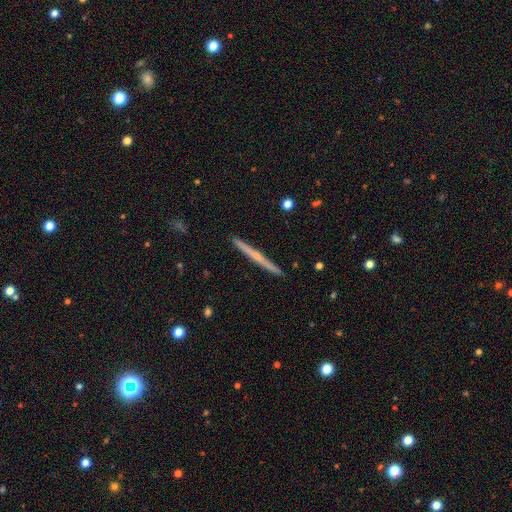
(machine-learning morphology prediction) type=featured or disk (62%); edge-on=yes (98%); edge-on bulge=none (60%); merging=none (93%).